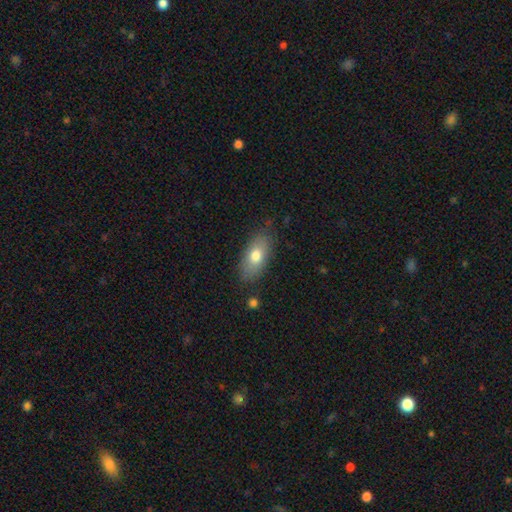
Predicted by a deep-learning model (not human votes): A smooth galaxy with no disk features (74%) that is in between round and cigar-shaped (87%).

Vote fractions:
- Smooth or featured? smooth: 74% / featured or disk: 19% / star or artifact: 7%
- How rounded? in between: 87% / cigar-shaped: 8% / round: 6%
- Merging? none: 79% / minor disturbance: 15% / major disturbance: 4% / merger: 2%